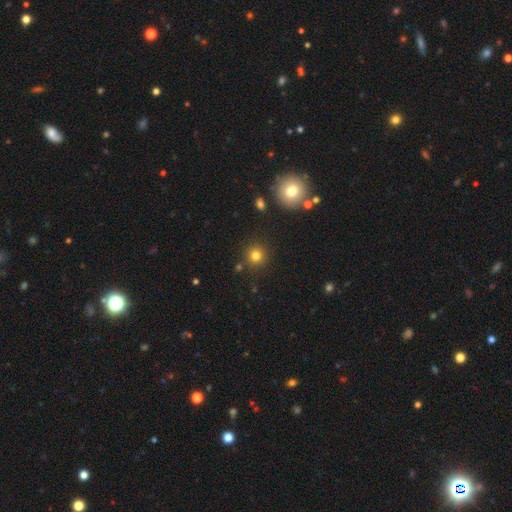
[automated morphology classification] Q: Smooth or featured?
A: smooth (79%); runner-up: star or artifact (15%)
Q: How rounded?
A: round (93%); runner-up: in between (6%)
Q: Merging?
A: none (87%); runner-up: minor disturbance (7%)